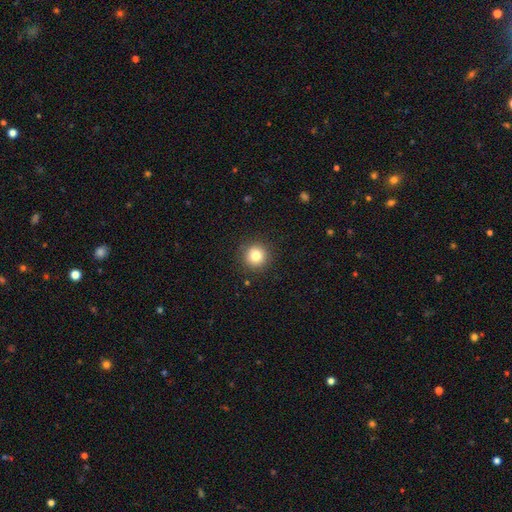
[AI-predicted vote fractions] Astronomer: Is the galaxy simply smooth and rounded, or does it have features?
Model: smooth — 81%.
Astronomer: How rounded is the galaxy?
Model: round — 95%.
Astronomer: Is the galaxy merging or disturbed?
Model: none — 90%.